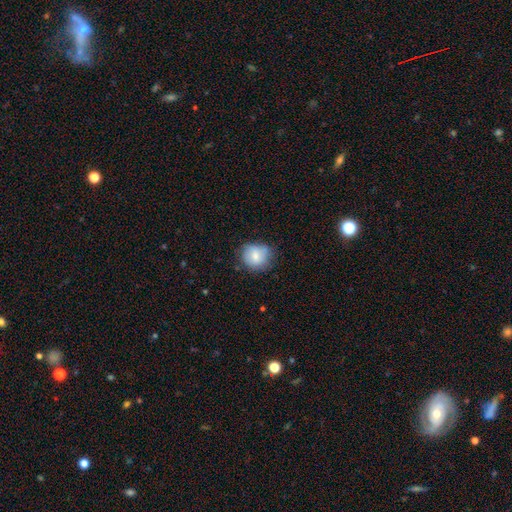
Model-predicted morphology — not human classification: This appears to be a smooth galaxy with no disk features (75%) that is round (77%). Merging: none (65%).